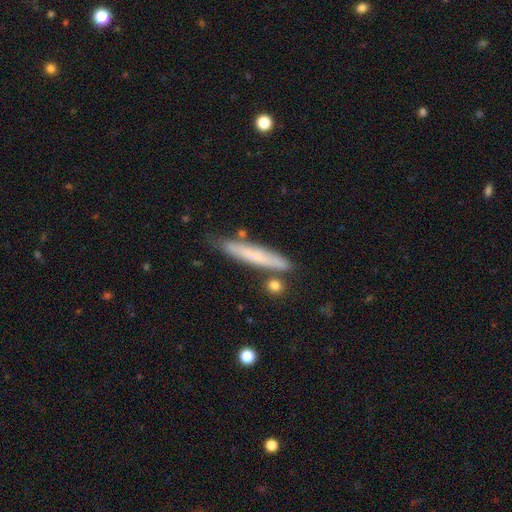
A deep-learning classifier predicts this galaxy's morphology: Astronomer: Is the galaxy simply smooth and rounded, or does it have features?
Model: smooth — 62%.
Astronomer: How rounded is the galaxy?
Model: cigar-shaped — 94%.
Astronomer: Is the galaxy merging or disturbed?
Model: none — 78%.